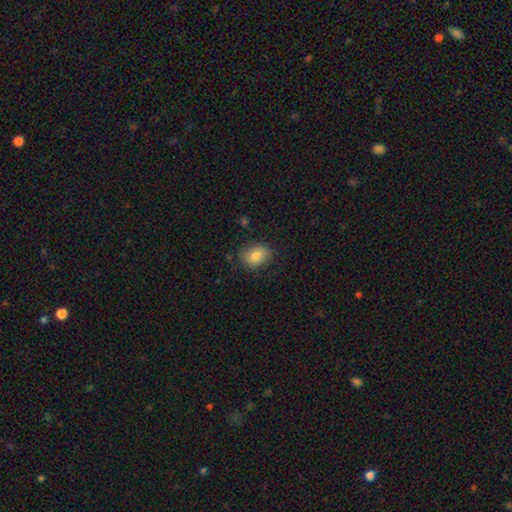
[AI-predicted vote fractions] The model was most divided on "how rounded": in between: 68%, round: 31%, cigar-shaped: 1%. More confident: smooth or featured — smooth (82%); merging — none (81%).